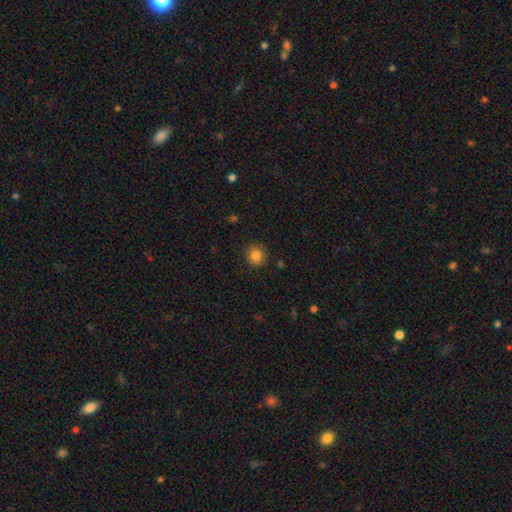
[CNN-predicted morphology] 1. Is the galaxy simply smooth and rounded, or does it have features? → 84% smooth, 11% star or artifact, 5% featured or disk.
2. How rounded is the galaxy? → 85% round, 14% in between, 1% cigar-shaped.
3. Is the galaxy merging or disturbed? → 86% none, 10% minor disturbance, 3% major disturbance, 1% merger.